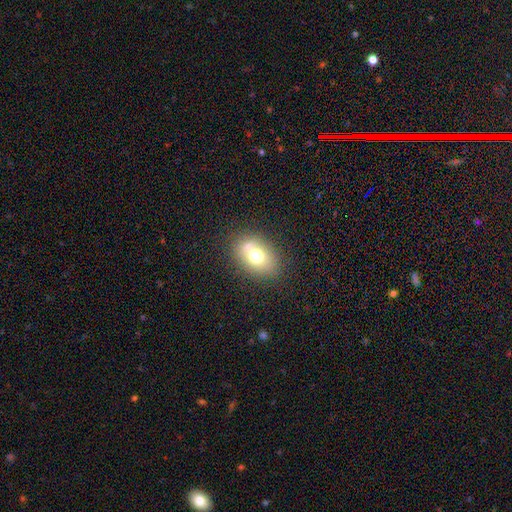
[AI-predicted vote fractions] This appears to be a smooth galaxy with no disk features (67%) that is in between round and cigar-shaped (72%). Merging: none (65%).